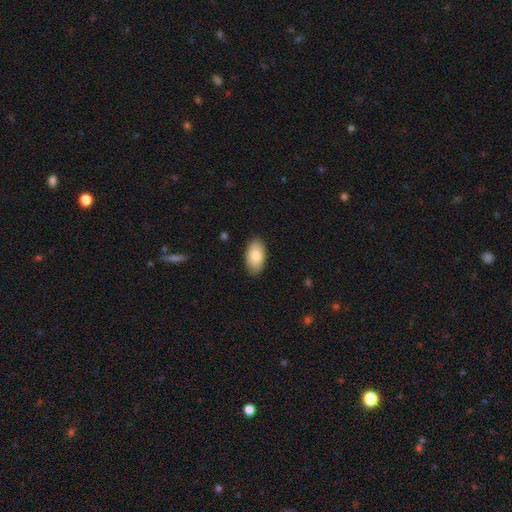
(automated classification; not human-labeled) This is clearly a smooth galaxy (83%). How rounded: clearly in between (95%). Merging: clearly none (87%).